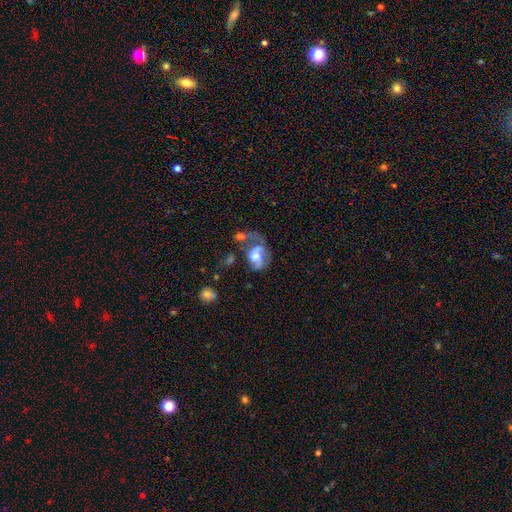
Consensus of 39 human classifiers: This is likely a featured or disk galaxy (64%). It is clearly not viewed edge-on (96%). Bar: possibly no (58%). Spiral arm pattern: clearly yes (92%). Spiral arm count: clearly 2 (86%). Spiral winding: likely loose (68%). Central bulge: marginally moderate (42%). Merging: marginally major disturbance (37%).